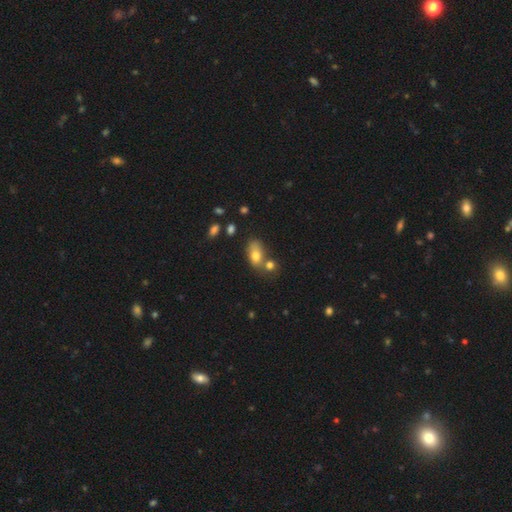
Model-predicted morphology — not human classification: The model was most divided on "merging": merger: 39%, none: 38%, minor disturbance: 16%, major disturbance: 7%. More confident: how rounded — in between (83%); smooth or featured — smooth (76%).